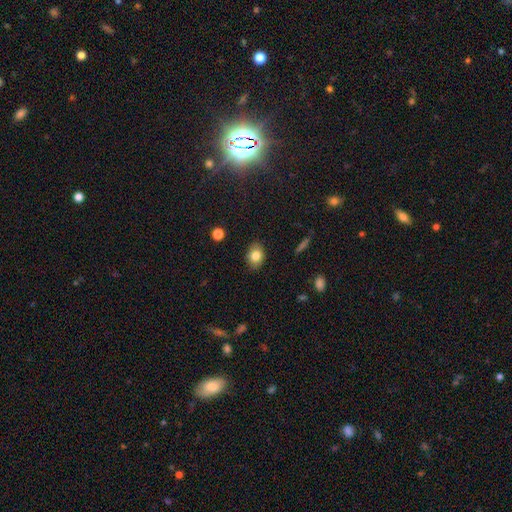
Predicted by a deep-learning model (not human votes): Q: Smooth or featured?
A: smooth (81%); runner-up: featured or disk (10%)
Q: How rounded?
A: in between (70%); runner-up: round (29%)
Q: Merging?
A: none (86%); runner-up: minor disturbance (11%)